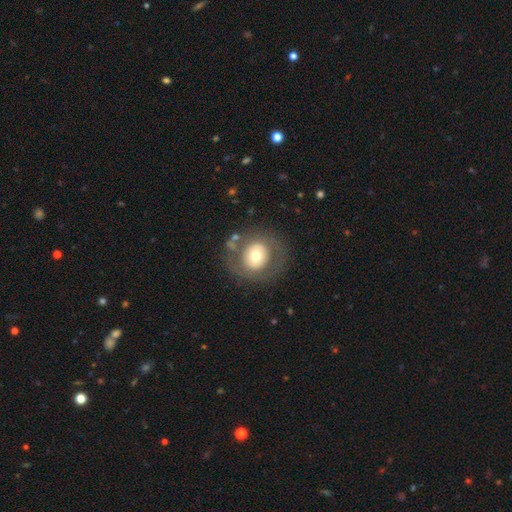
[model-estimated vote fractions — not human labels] smooth 54%, featured or disk 38%, star or artifact 8%. Down the decision tree: how rounded — round (88%); merging — none (74%).